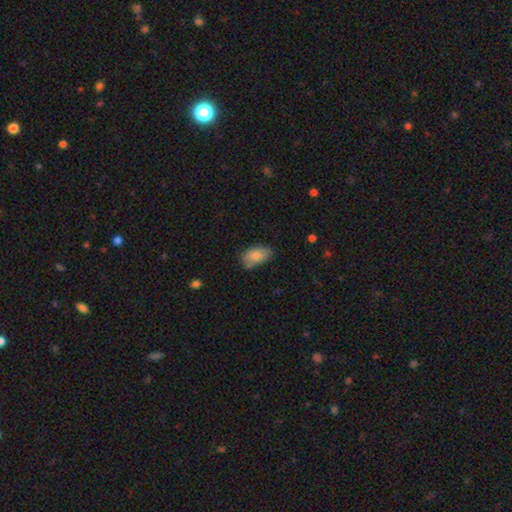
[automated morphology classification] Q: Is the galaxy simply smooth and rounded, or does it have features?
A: smooth — 83%.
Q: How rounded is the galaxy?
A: in between — 93%.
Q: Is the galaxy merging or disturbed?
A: none — 67%.